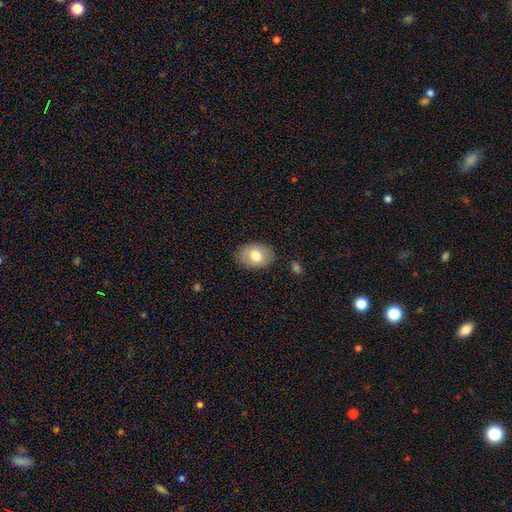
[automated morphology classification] smooth-or-featured: smooth: 76% | featured or disk: 16% | star or artifact: 7%
  how-rounded: in between: 72% | round: 27% | cigar-shaped: 1%
  merging: none: 85% | minor disturbance: 11% | major disturbance: 2% | merger: 2%